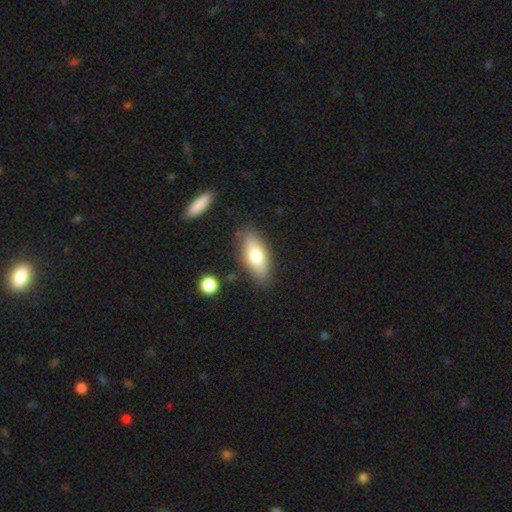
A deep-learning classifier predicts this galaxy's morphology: This appears to be a smooth galaxy with no disk features (72%) that is in between round and cigar-shaped (79%). Merging: none (81%).